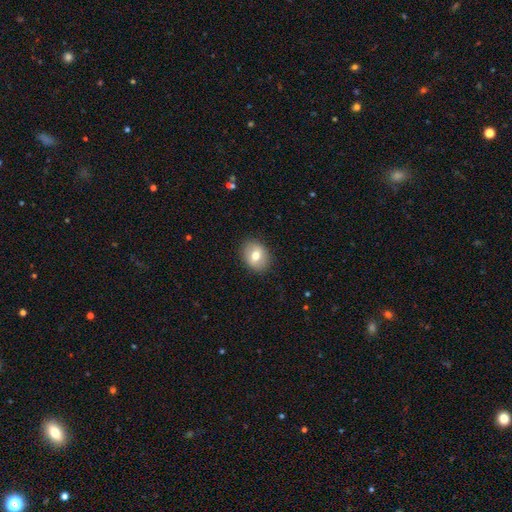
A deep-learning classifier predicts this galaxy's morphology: Overall: smooth (71%). How rounded: in between (51%; round 48%). Merging: none (88%).